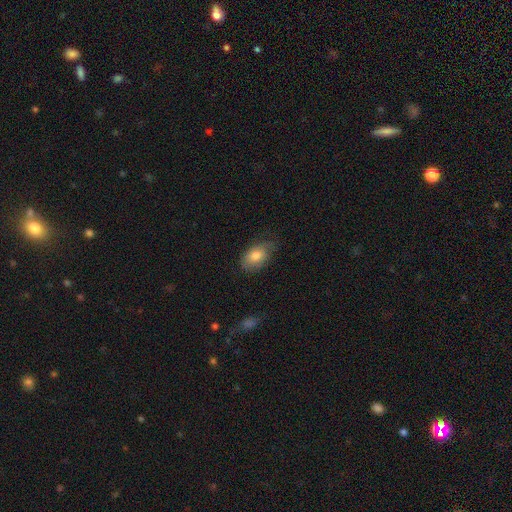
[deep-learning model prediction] smooth 78%, featured or disk 15%, star or artifact 7%. Down the decision tree: how rounded — in between (90%); merging — none (66%).